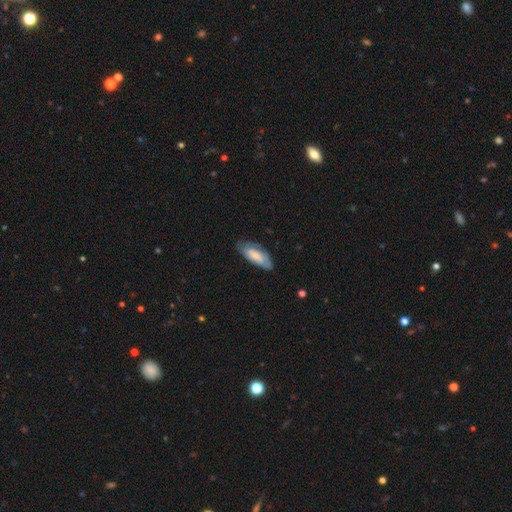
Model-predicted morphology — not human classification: A smooth galaxy with no disk features (57%) that is in between round and cigar-shaped (77%). Merging: none (63%).